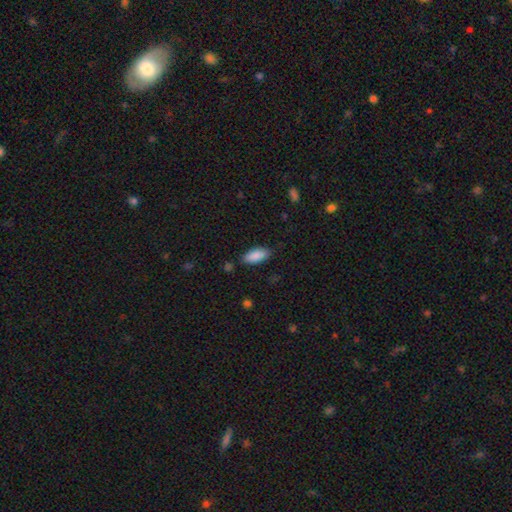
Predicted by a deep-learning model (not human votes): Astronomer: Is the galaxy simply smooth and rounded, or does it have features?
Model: smooth — 88%.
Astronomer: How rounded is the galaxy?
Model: in between — 85%.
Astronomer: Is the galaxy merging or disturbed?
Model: none — 83%.